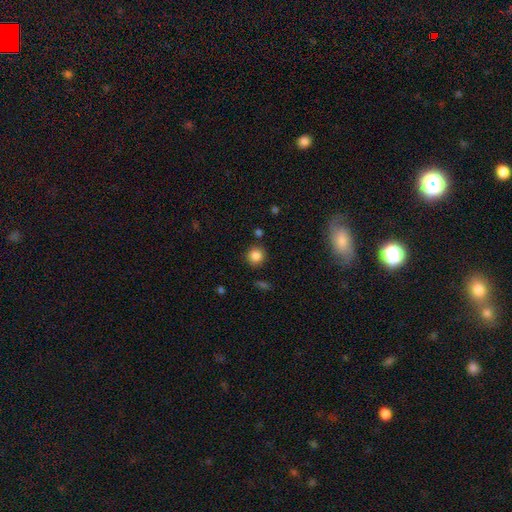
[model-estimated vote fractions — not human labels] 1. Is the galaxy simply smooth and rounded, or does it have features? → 85% smooth, 10% star or artifact, 4% featured or disk.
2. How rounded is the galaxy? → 91% round, 8% in between, 1% cigar-shaped.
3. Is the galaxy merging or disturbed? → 86% none, 8% minor disturbance, 3% merger, 3% major disturbance.